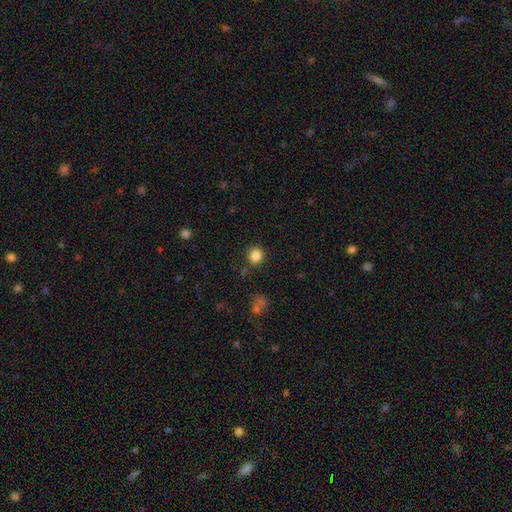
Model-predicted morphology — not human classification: smooth-or-featured: smooth: 84% | star or artifact: 11% | featured or disk: 4%
  how-rounded: round: 81% | in between: 18% | cigar-shaped: 1%
  merging: none: 82% | minor disturbance: 12% | major disturbance: 3% | merger: 3%